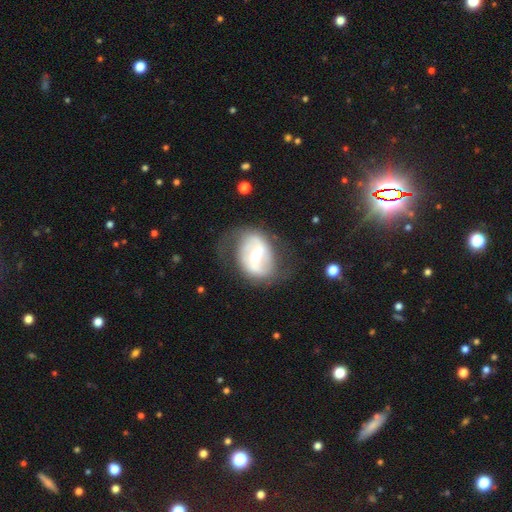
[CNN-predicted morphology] Smooth or featured? featured or disk (73%)
Edge-on disk? no (95%)
Bar? strong (49%)
Spiral arms? yes (69%)
Bulge size? moderate (61%)
Merging? none (54%)